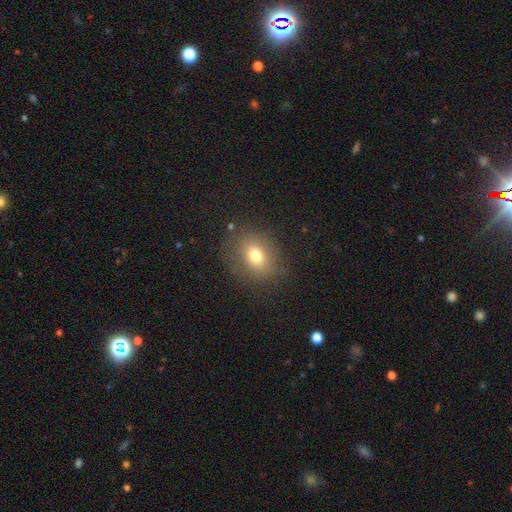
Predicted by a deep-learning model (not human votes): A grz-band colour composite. It shows a smooth galaxy with no disk features (74%) that is round (50%). Merging: none (80%).